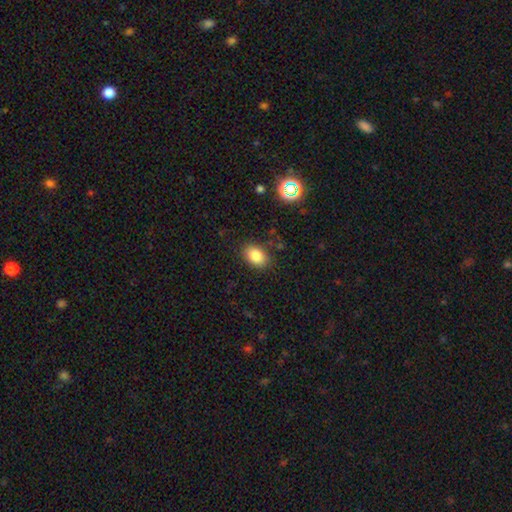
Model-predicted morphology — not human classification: type=smooth (84%); roundness=in between (81%); merging=none (85%).